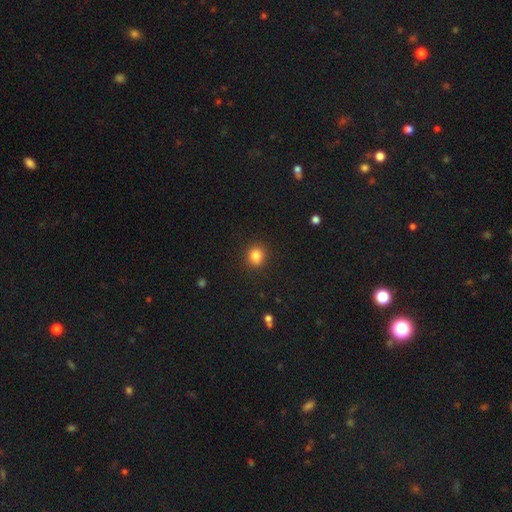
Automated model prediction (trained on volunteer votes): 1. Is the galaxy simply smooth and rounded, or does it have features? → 84% smooth, 11% star or artifact, 5% featured or disk.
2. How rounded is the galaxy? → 82% round, 17% in between, 1% cigar-shaped.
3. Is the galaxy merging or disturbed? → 88% none, 8% minor disturbance, 2% major disturbance, 1% merger.